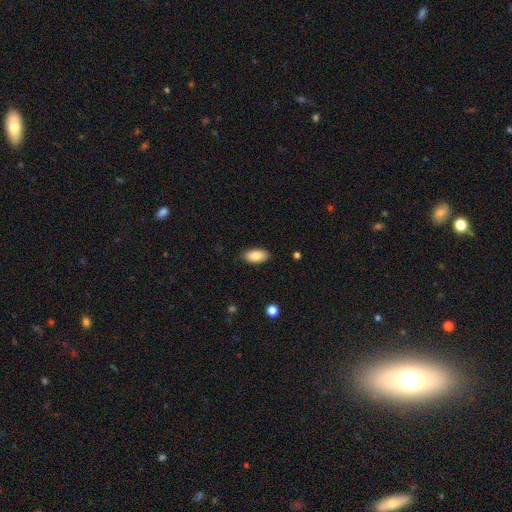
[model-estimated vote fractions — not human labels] Smooth or featured? smooth (85%)
How rounded? in between (92%)
Merging? none (86%)